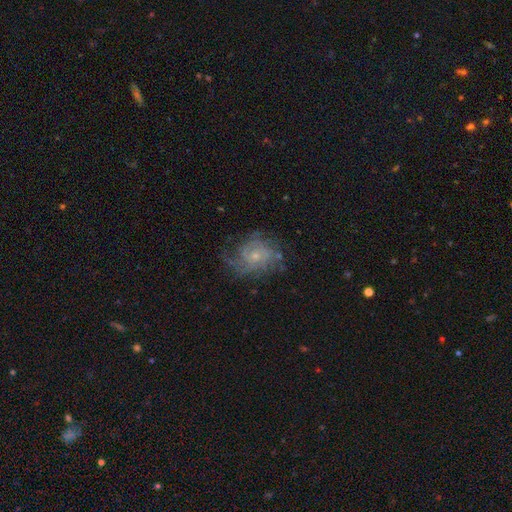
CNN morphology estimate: A featured or disk galaxy (79%) with no bar (76%), tight (48%) spiral arms (92%) and a small central bulge (68%). Merging: none (64%).